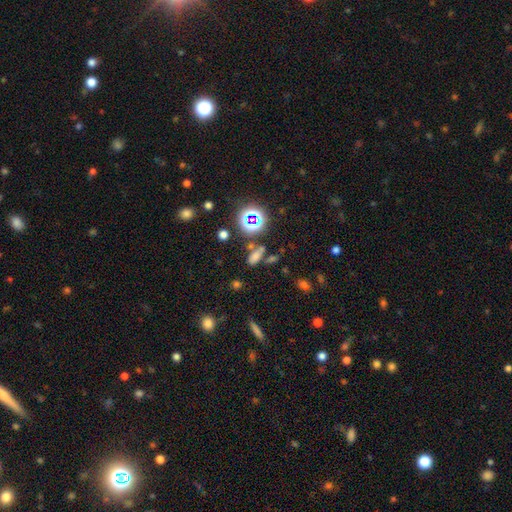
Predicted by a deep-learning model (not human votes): Smooth or featured: smooth — 61% (star or artifact — 30%)
How rounded: in between — 73% (round — 14%)
Merging: none — 60% (merger — 19%)